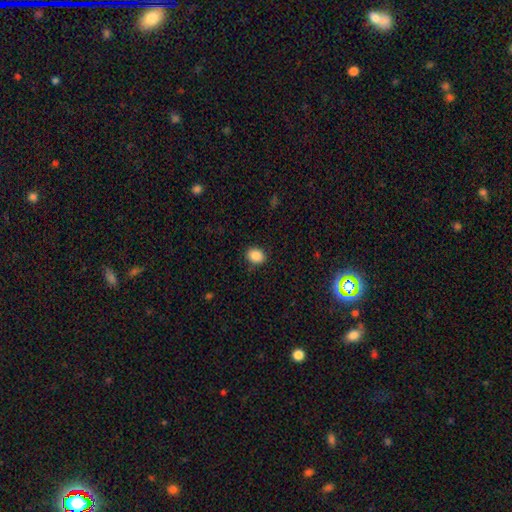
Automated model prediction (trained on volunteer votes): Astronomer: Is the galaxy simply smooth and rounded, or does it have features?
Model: smooth — 87%.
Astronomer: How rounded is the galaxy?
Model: round — 52% (runner-up: in between, 47%).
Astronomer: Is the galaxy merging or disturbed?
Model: none — 88%.